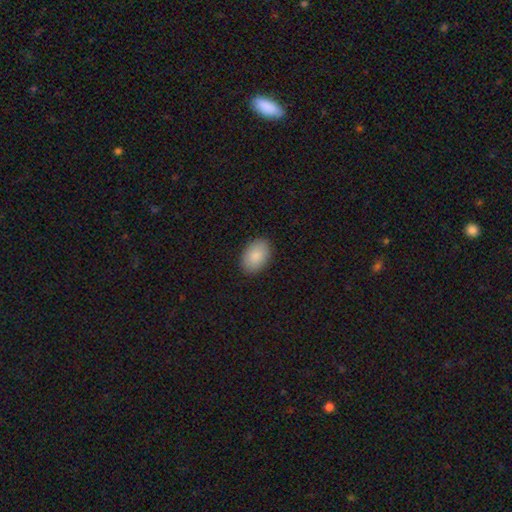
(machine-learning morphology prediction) The model was most divided on "how rounded": in between: 89%, round: 10%, cigar-shaped: 1%. More confident: merging — none (89%); smooth or featured — smooth (88%).